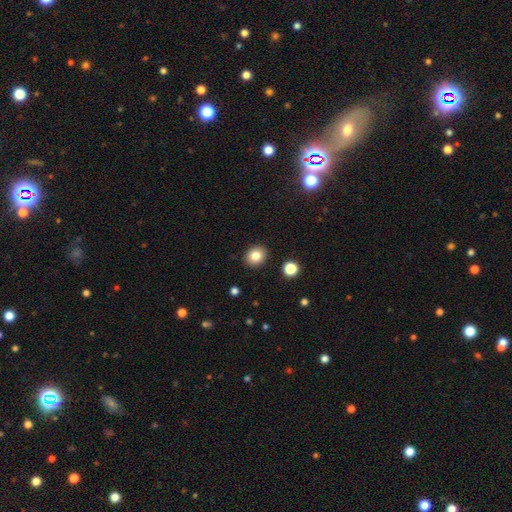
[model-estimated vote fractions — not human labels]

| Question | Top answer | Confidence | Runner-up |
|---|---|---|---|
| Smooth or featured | smooth | 83% | star or artifact (10%) |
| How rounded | round | 71% | in between (28%) |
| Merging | none | 91% | minor disturbance (6%) |